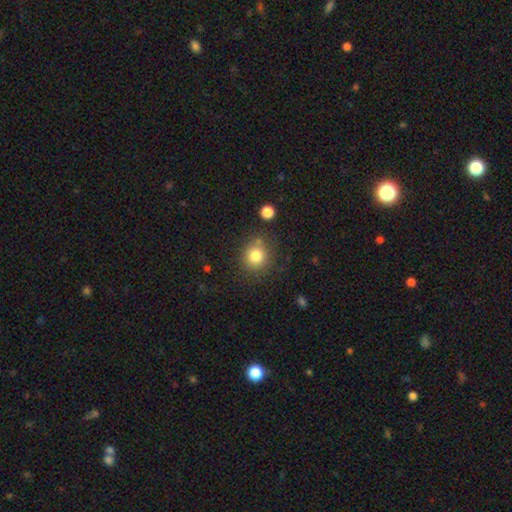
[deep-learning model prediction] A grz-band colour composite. It shows a smooth galaxy with no disk features (80%) that is round (84%). Merging: none (77%).